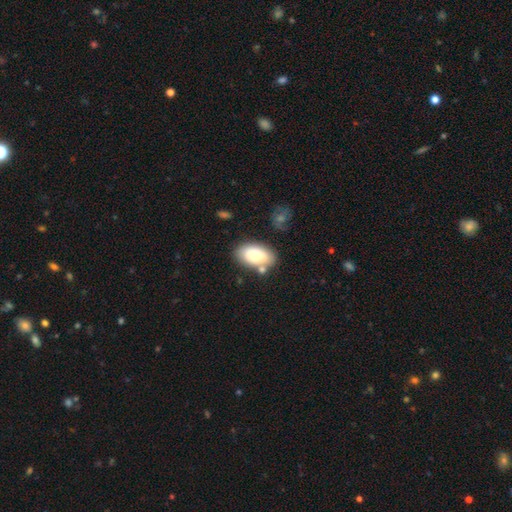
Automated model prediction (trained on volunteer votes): This is likely a smooth galaxy (75%). How rounded: clearly in between (93%). Merging: likely none (72%).